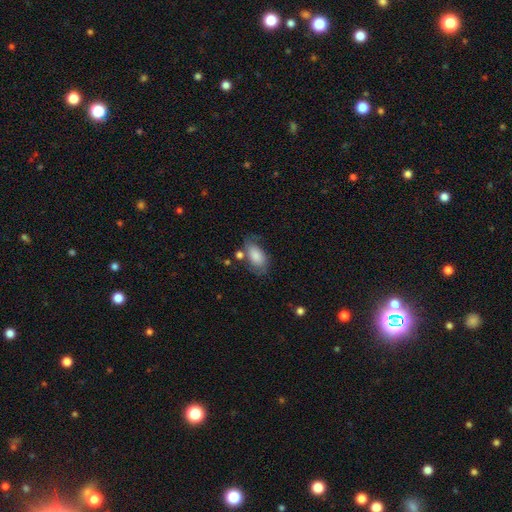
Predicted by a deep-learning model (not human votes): A smooth galaxy with no disk features (76%) that is in between round and cigar-shaped (91%).

Vote fractions:
- Smooth or featured? smooth: 76% / featured or disk: 17% / star or artifact: 7%
- How rounded? in between: 91% / round: 6% / cigar-shaped: 2%
- Merging? none: 51% / minor disturbance: 26% / major disturbance: 13% / merger: 10%